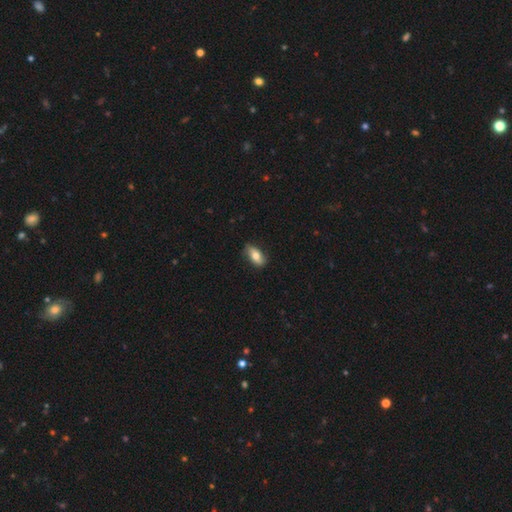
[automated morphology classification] The model was most divided on "smooth or featured": smooth: 70%, featured or disk: 23%, star or artifact: 7%. More confident: how rounded — in between (87%); merging — none (79%).